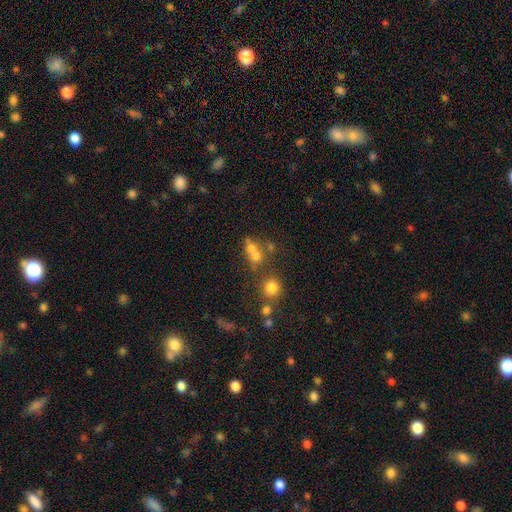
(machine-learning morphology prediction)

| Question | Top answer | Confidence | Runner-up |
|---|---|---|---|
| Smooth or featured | smooth | 62% | featured or disk (20%) |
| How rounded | round | 61% | in between (36%) |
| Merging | merger | 50% | none (34%) |